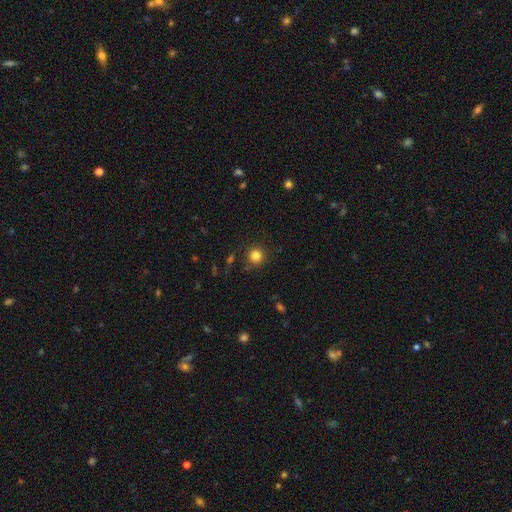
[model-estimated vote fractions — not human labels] The model was most divided on "smooth or featured": smooth: 82%, star or artifact: 13%, featured or disk: 5%. More confident: how rounded — round (94%); merging — none (88%).